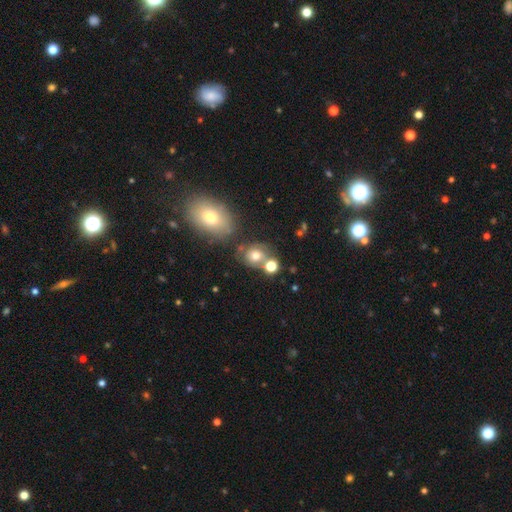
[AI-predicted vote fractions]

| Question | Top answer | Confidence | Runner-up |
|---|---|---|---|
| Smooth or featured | smooth | 67% | featured or disk (19%) |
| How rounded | round | 64% | in between (35%) |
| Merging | none | 49% | merger (29%) |